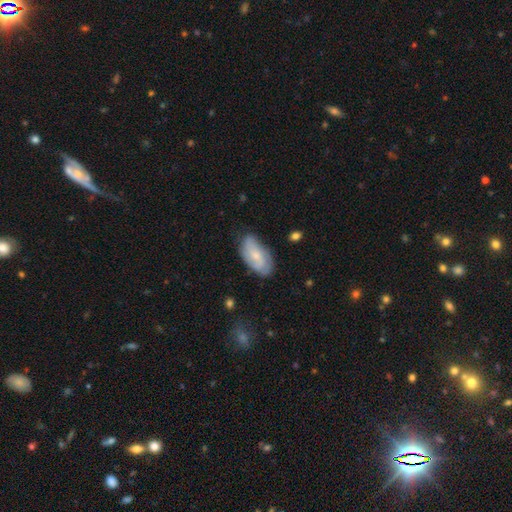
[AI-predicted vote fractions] Smooth or featured? Predicted: smooth (p=0.52). How rounded? Predicted: in between (p=0.92). Merging? Predicted: none (p=0.70).